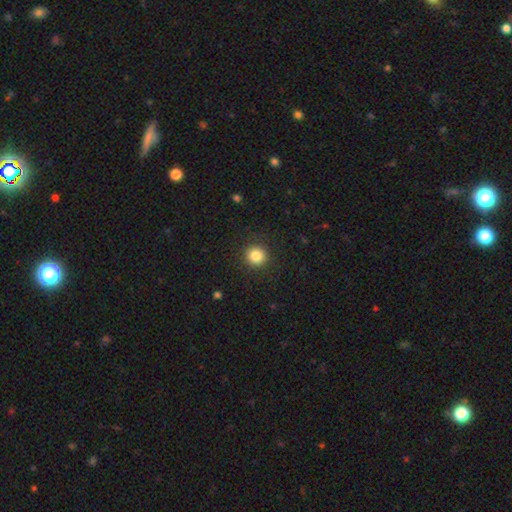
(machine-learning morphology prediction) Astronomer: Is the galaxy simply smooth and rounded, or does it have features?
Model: smooth — 84%.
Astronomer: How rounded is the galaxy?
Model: round — 94%.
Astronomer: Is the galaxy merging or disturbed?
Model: none — 91%.